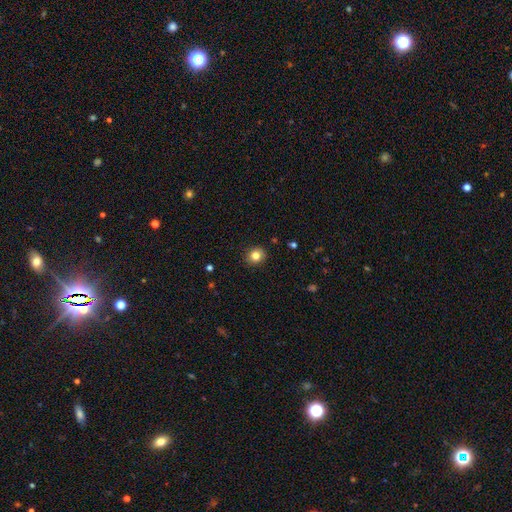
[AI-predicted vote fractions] Smooth or featured: smooth — 82% (star or artifact — 11%)
How rounded: round — 77% (in between — 22%)
Merging: none — 91% (minor disturbance — 7%)